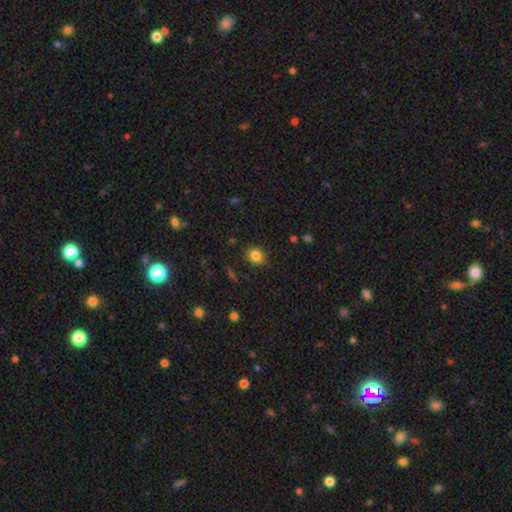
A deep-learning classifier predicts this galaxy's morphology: Smooth or featured? Predicted: smooth (p=0.83). How rounded? Predicted: round (p=0.63). Merging? Predicted: none (p=0.85).